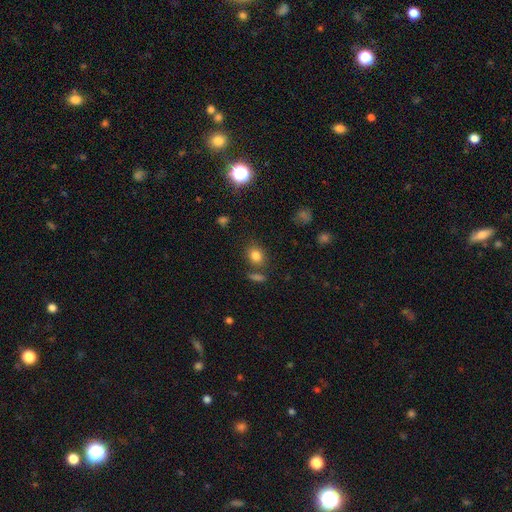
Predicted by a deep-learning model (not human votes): The model was most divided on "how rounded": round: 57%, in between: 42%, cigar-shaped: 1%. More confident: smooth or featured — smooth (82%); merging — none (74%).